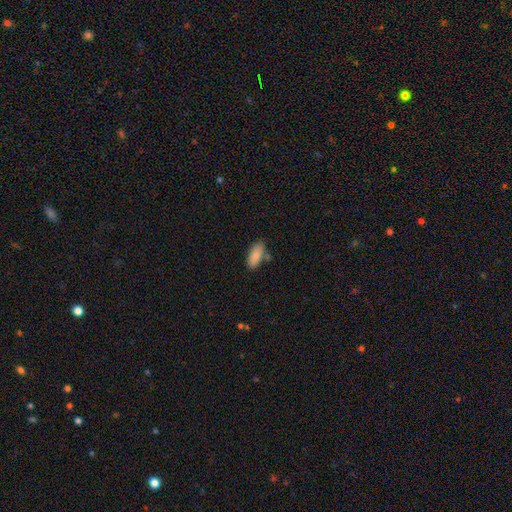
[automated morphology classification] A smooth galaxy with no disk features (88%) that is in between round and cigar-shaped (85%). Merging: none (72%).